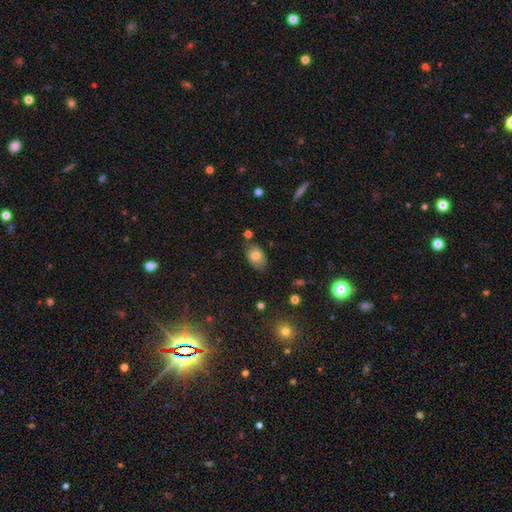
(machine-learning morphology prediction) A smooth galaxy with no disk features (78%) that is in between round and cigar-shaped (83%). Merging: none (72%).